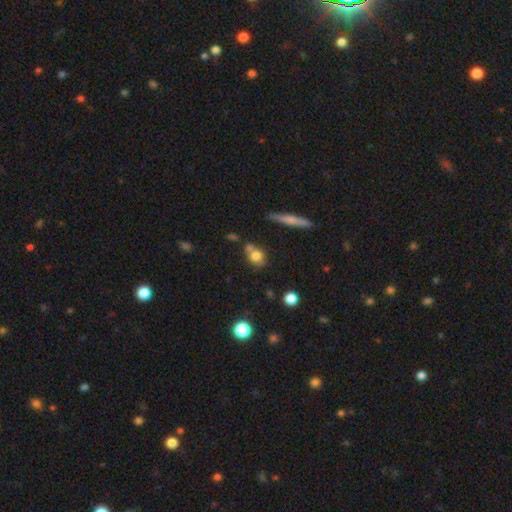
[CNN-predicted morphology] A smooth galaxy with no disk features (74%) that is round (59%).

Vote fractions:
- Smooth or featured? smooth: 74% / featured or disk: 14% / star or artifact: 11%
- How rounded? round: 59% / in between: 35% / cigar-shaped: 5%
- Merging? none: 50% / merger: 28% / minor disturbance: 16% / major disturbance: 6%